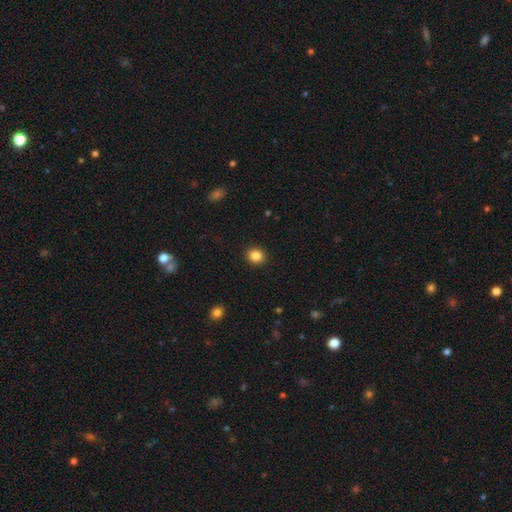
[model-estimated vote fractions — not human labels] smooth 86%, star or artifact 10%, featured or disk 4%. Down the decision tree: how rounded — round (74%); merging — none (92%).